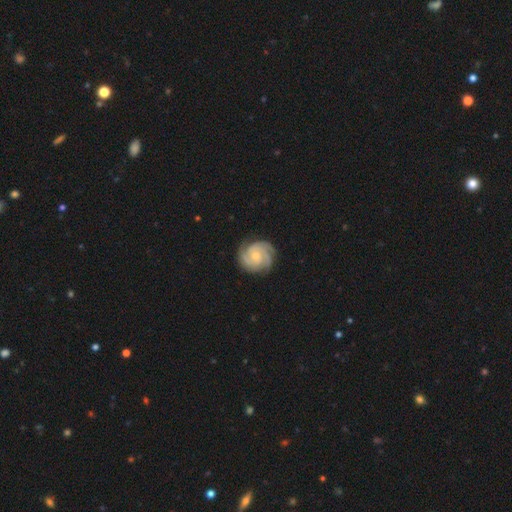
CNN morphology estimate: type=featured or disk (88%); edge-on=no (98%); bar=no (71%); spiral arms=yes (98%); winding=tight (67%); arm count=3 (53%); bulge=small (58%); merging=none (83%).